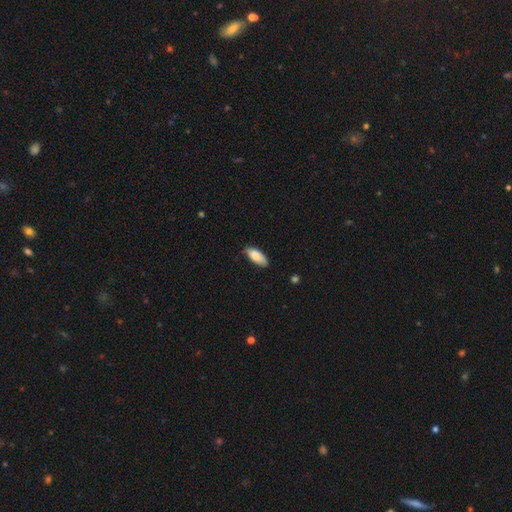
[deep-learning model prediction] smooth_or_featured: smooth (p=0.84) [alt: featured or disk p=0.10]
how_rounded: in between (p=0.85) [alt: cigar-shaped p=0.14]
merging: none (p=0.70) [alt: minor disturbance p=0.25]